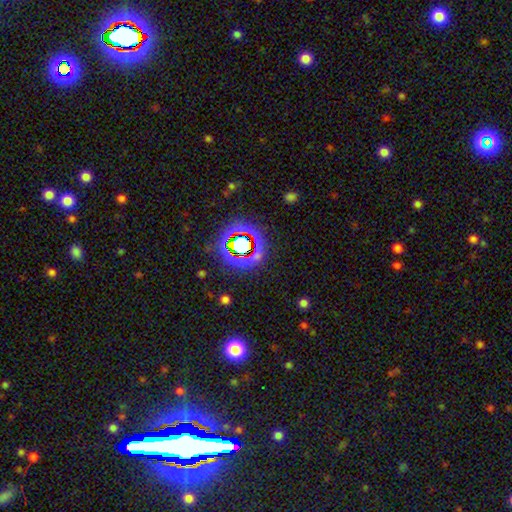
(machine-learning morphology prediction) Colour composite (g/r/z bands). It shows a star or artifact, not a galaxy (67%).